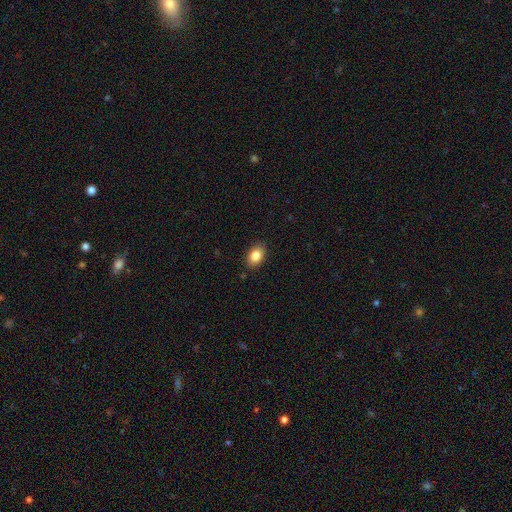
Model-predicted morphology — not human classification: type=smooth (85%); roundness=in between (84%); merging=none (87%).